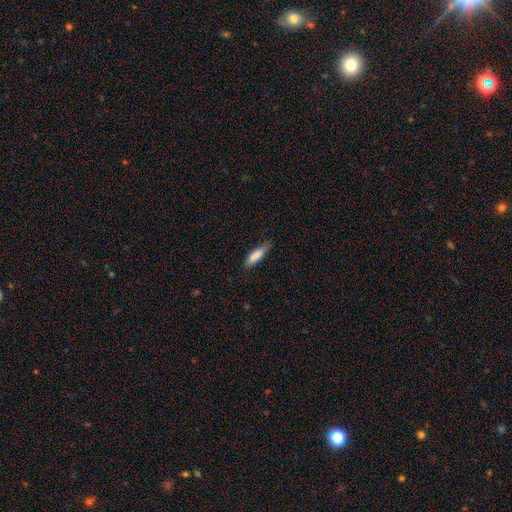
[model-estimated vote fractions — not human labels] This is clearly a smooth galaxy (84%). How rounded: likely cigar-shaped (61%). Merging: likely none (69%).